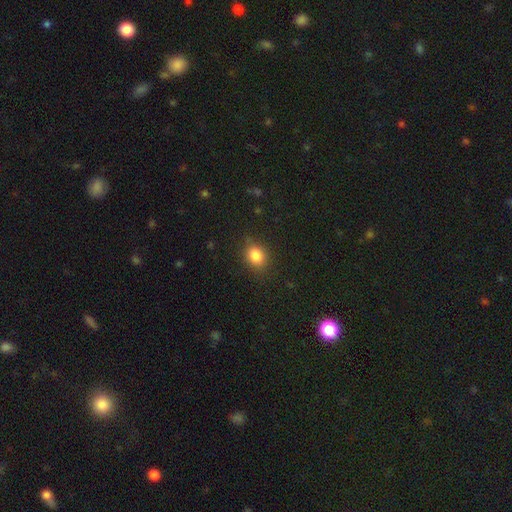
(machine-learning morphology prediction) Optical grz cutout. It shows a smooth galaxy with no disk features (85%) that is in between round and cigar-shaped (54%). Merging: none (81%).